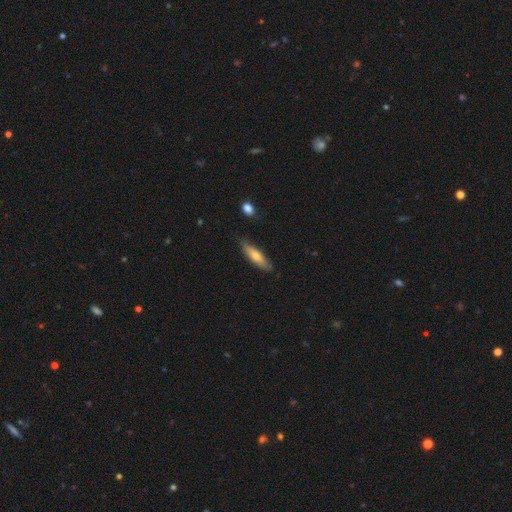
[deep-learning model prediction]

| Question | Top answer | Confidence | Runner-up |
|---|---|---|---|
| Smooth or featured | smooth | 61% | featured or disk (33%) |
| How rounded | cigar-shaped | 65% | in between (32%) |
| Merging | none | 82% | minor disturbance (14%) |